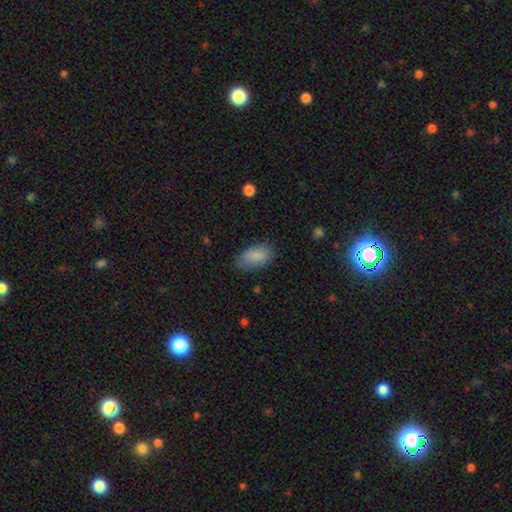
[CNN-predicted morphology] A smooth galaxy with no disk features (86%) that is in between round and cigar-shaped (93%).

Vote fractions:
- Smooth or featured? smooth: 86% / featured or disk: 7% / star or artifact: 7%
- How rounded? in between: 93% / cigar-shaped: 4% / round: 3%
- Merging? none: 78% / minor disturbance: 17% / major disturbance: 4% / merger: 1%